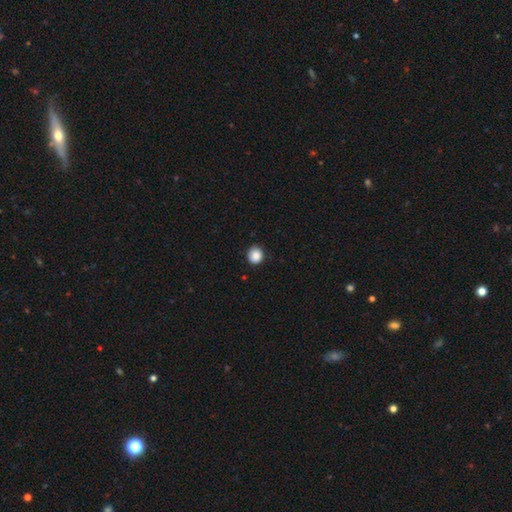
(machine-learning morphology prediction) smooth 87%, star or artifact 9%, featured or disk 4%. Down the decision tree: how rounded — round (87%); merging — none (87%).